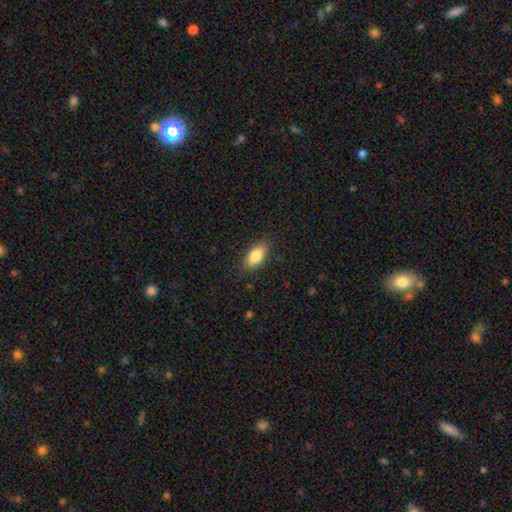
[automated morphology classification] This appears to be a smooth galaxy with no disk features (84%) that is in between round and cigar-shaped (89%). Merging: none (85%).